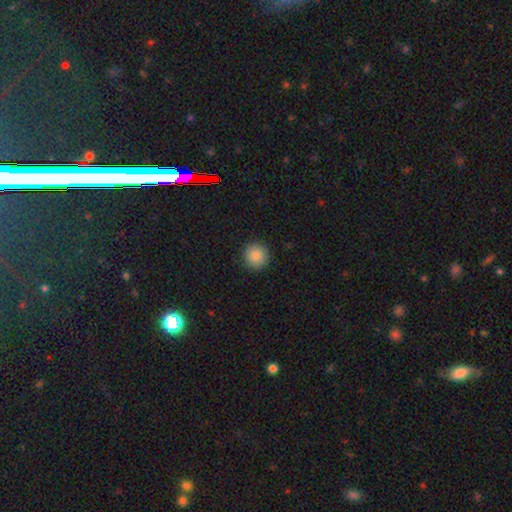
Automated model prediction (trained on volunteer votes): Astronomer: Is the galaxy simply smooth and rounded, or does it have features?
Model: smooth — 87%.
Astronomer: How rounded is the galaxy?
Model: round — 95%.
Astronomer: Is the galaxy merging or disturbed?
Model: none — 91%.